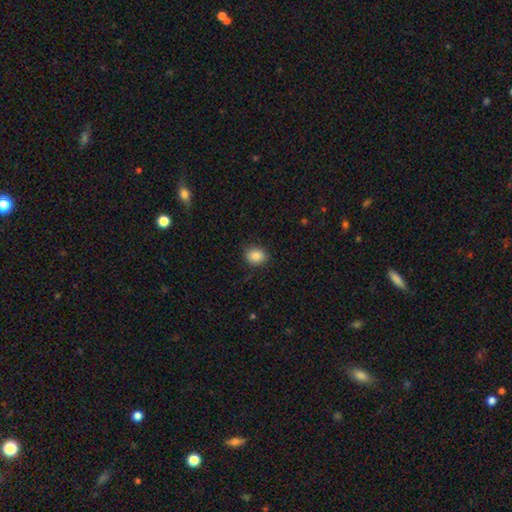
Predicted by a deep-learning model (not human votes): Overall: smooth (86%). How rounded: round (56%; in between 44%). Merging: none (86%).